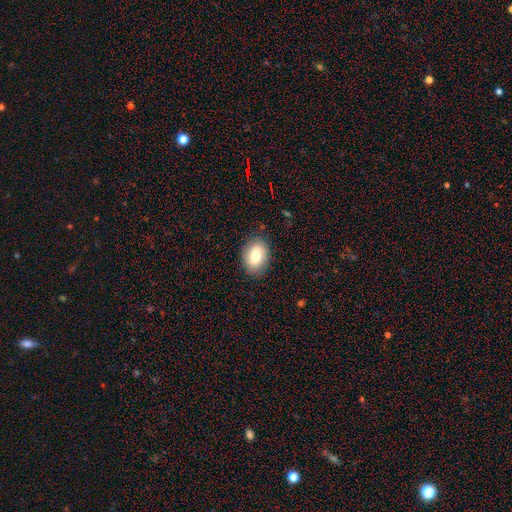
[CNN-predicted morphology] type=smooth (76%); roundness=in between (77%); merging=none (84%).